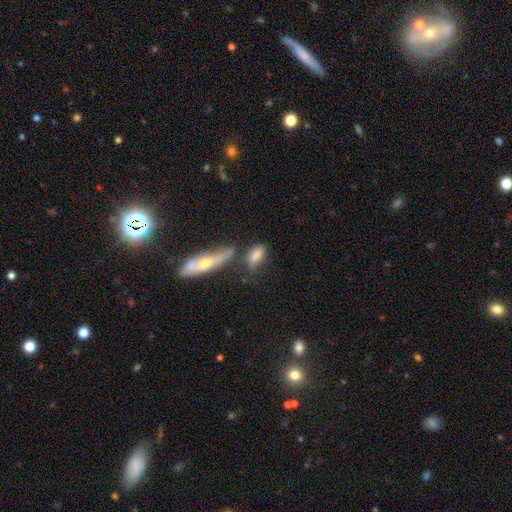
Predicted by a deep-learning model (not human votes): A smooth galaxy with no disk features (76%) that is in between round and cigar-shaped (74%). Merging: none (42%).